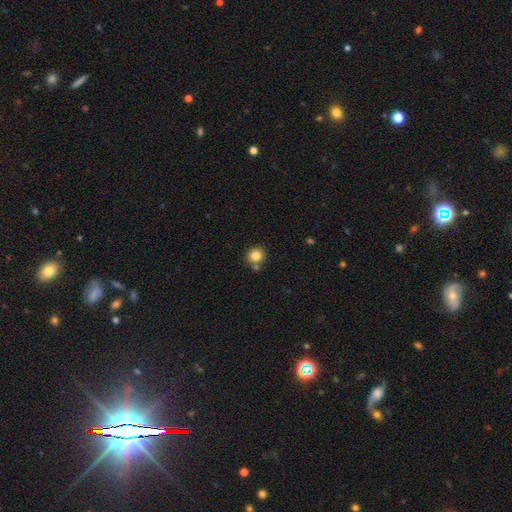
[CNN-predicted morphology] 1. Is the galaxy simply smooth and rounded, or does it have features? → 83% smooth, 11% star or artifact, 6% featured or disk.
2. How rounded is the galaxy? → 89% round, 10% in between, 1% cigar-shaped.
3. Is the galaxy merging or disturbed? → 75% none, 13% merger, 9% minor disturbance, 3% major disturbance.